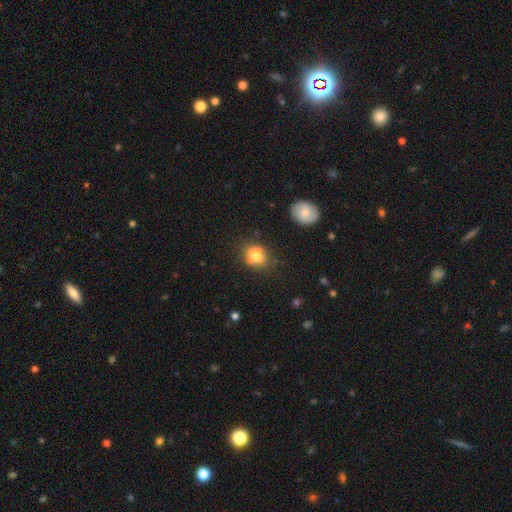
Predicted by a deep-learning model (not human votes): smooth_or_featured: smooth (p=0.72) [alt: featured or disk p=0.18]
how_rounded: round (p=0.59) [alt: in between p=0.39]
merging: none (p=0.71) [alt: minor disturbance p=0.19]